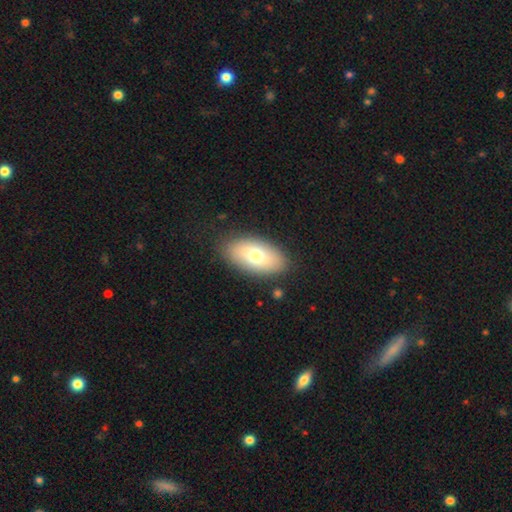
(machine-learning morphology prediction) Smooth or featured? smooth (71%)
How rounded? in between (92%)
Merging? none (85%)